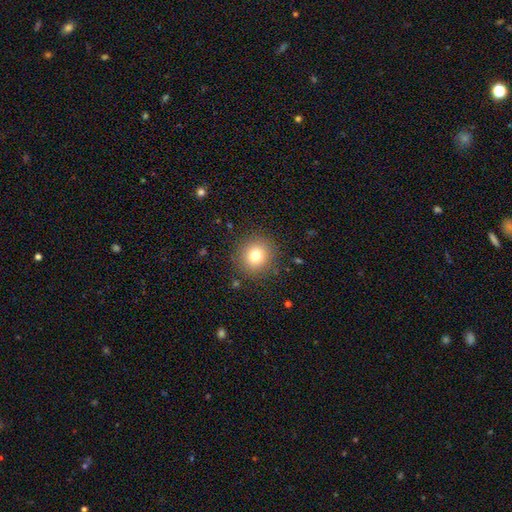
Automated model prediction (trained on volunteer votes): This appears to be a smooth galaxy with no disk features (78%) that is round (92%). Merging: none (89%).